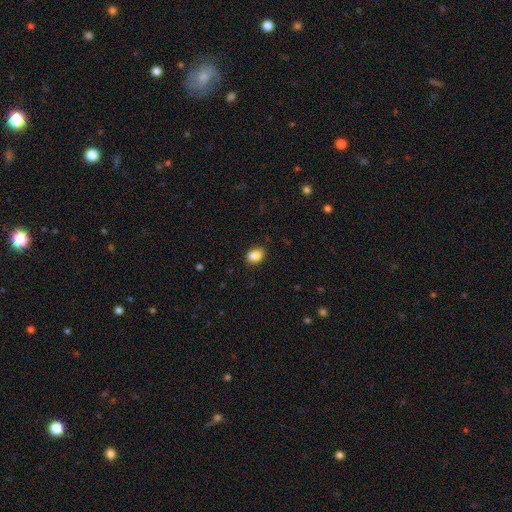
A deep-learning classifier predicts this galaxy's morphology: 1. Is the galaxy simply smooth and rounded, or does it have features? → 87% smooth, 9% star or artifact, 4% featured or disk.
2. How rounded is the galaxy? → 70% in between, 29% round, 1% cigar-shaped.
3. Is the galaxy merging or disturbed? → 80% none, 14% minor disturbance, 3% major disturbance, 3% merger.